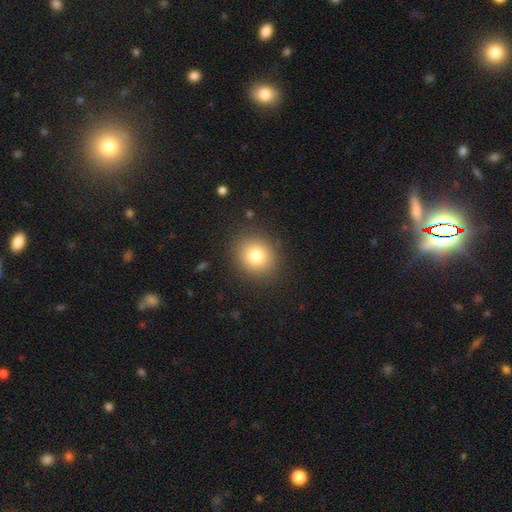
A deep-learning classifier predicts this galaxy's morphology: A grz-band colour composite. It shows a smooth galaxy with no disk features (79%) that is round (81%). Merging: none (88%).